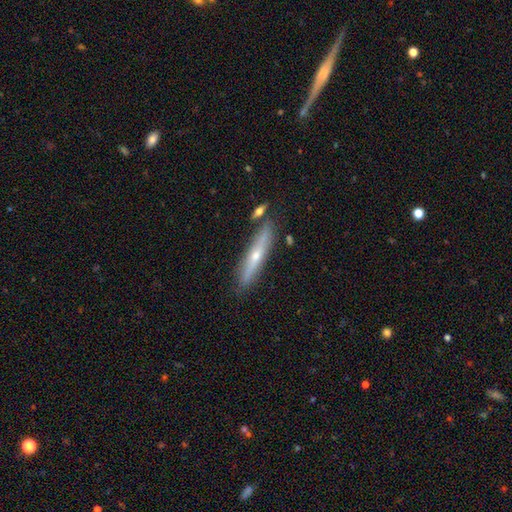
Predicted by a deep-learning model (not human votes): This is likely a featured or disk galaxy (61%). It is clearly viewed edge-on (90%). Edge-on bulge: clearly rounded (84%). Merging: clearly none (82%).